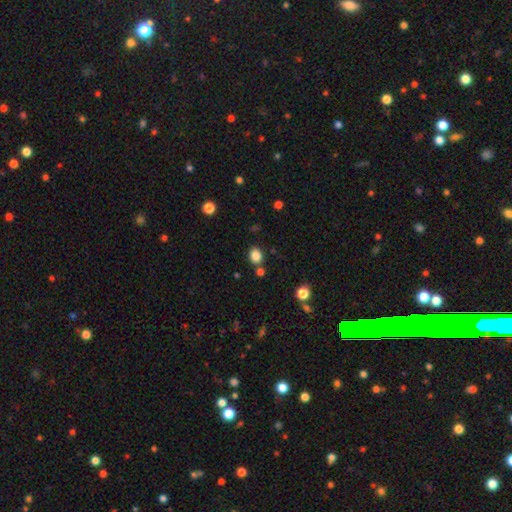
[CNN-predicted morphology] Smooth or featured? smooth (84%)
How rounded? round (52%)
Merging? none (80%)